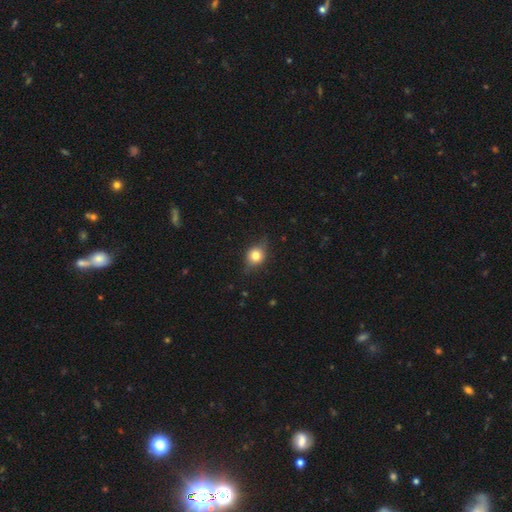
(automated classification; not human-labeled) Smooth or featured? smooth (67%)
How rounded? round (62%)
Merging? none (72%)